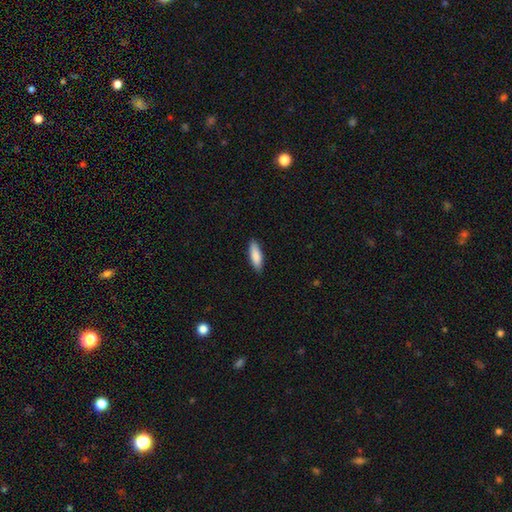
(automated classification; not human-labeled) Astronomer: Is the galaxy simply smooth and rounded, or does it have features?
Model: smooth — 87%.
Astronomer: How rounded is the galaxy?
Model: in between — 56% (runner-up: cigar-shaped, 43%).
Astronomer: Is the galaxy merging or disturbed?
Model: none — 87%.